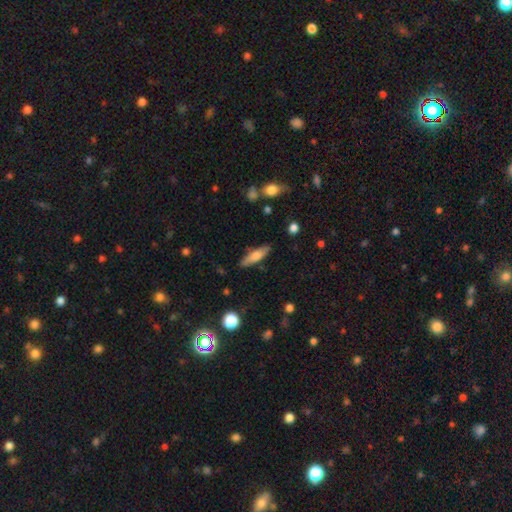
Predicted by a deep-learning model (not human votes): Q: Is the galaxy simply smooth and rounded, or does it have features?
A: smooth — 64%.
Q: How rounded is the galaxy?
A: cigar-shaped — 62%.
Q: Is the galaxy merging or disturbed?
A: none — 85%.